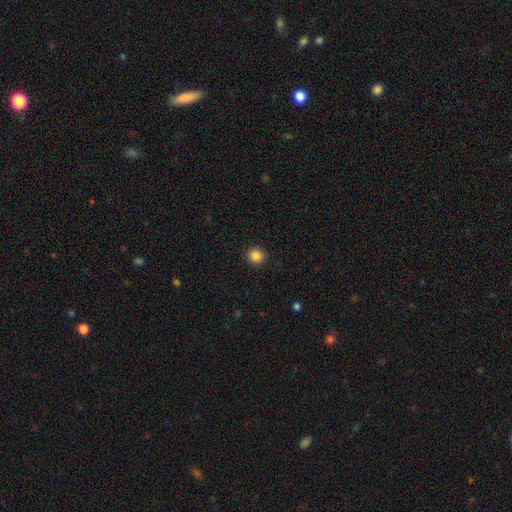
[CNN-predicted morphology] smooth_or_featured: smooth (p=0.86) [alt: star or artifact p=0.10]
how_rounded: round (p=0.91) [alt: in between p=0.08]
merging: none (p=0.92) [alt: minor disturbance p=0.06]